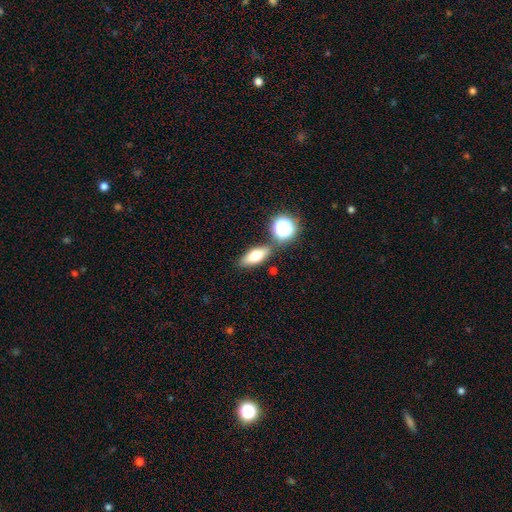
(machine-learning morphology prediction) smooth 70%, featured or disk 20%, star or artifact 11%. Down the decision tree: how rounded — in between (70%); merging — none (76%).